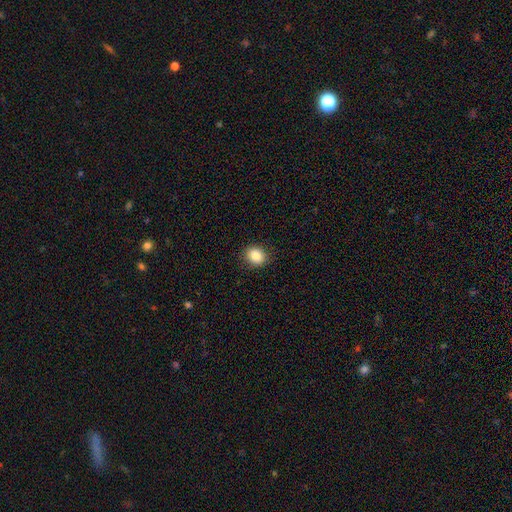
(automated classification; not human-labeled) Morphology: type=smooth (85%); roundness=round (70%); merging=none (90%).